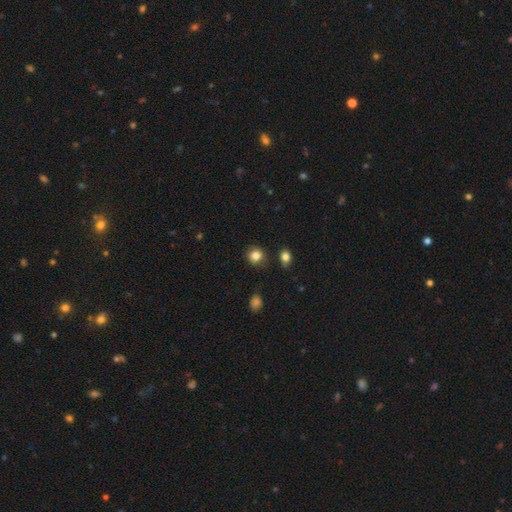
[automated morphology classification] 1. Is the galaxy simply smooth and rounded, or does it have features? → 83% smooth, 11% star or artifact, 5% featured or disk.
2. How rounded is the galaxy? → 85% round, 14% in between, 1% cigar-shaped.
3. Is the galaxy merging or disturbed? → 85% none, 10% minor disturbance, 3% merger, 3% major disturbance.